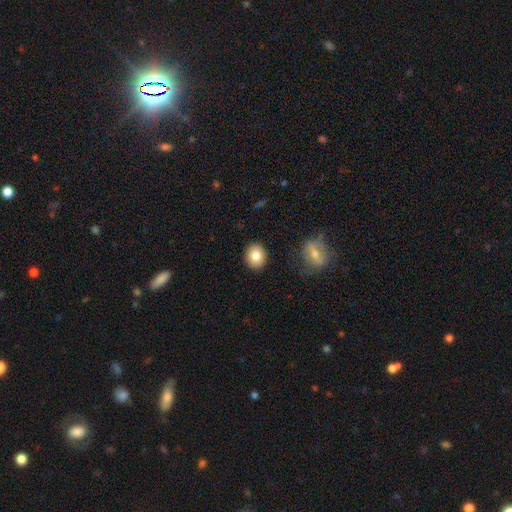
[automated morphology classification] This is clearly a smooth galaxy (83%). How rounded: likely round (69%). Merging: clearly none (89%).